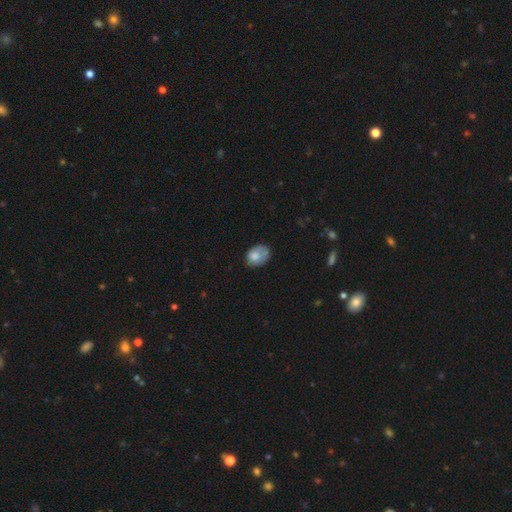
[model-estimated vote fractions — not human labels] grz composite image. It shows a smooth galaxy with no disk features (67%) that is in between round and cigar-shaped (70%). Merging: none (52%).